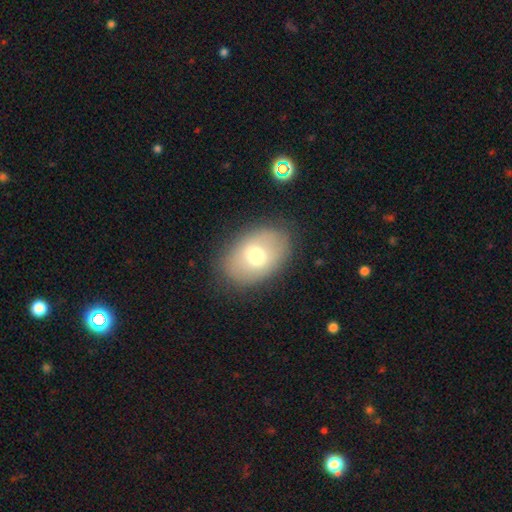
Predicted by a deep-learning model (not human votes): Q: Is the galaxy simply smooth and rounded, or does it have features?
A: smooth — 67%.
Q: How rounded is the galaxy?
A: in between — 82%.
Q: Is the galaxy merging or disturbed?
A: none — 81%.